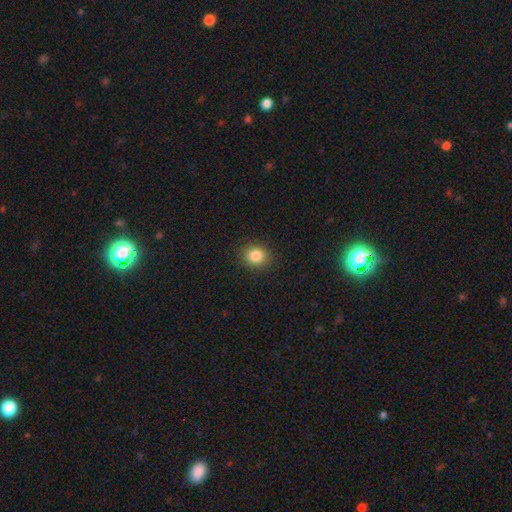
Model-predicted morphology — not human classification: A smooth galaxy with no disk features (84%) that is round (75%).

Vote fractions:
- Smooth or featured? smooth: 84% / star or artifact: 11% / featured or disk: 5%
- How rounded? round: 75% / in between: 24% / cigar-shaped: 1%
- Merging? none: 90% / minor disturbance: 7% / major disturbance: 2% / merger: 1%